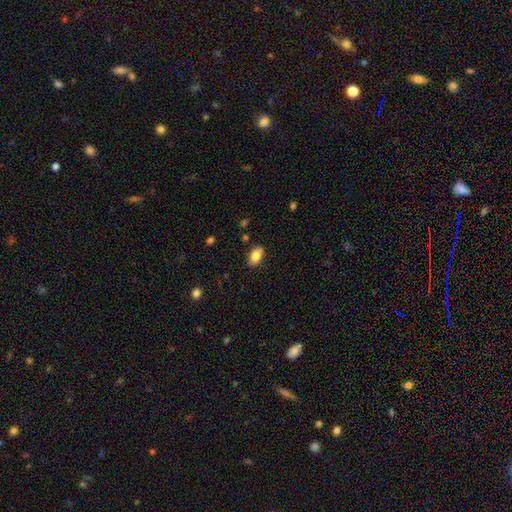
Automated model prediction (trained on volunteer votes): Smooth or featured?
  - smooth: 81% *
  - featured or disk: 12%
  - star or artifact: 8%
How rounded?
  - in between: 90% *
  - round: 7%
  - cigar-shaped: 3%
Merging?
  - none: 83% *
  - minor disturbance: 13%
  - major disturbance: 3%
  - merger: 2%